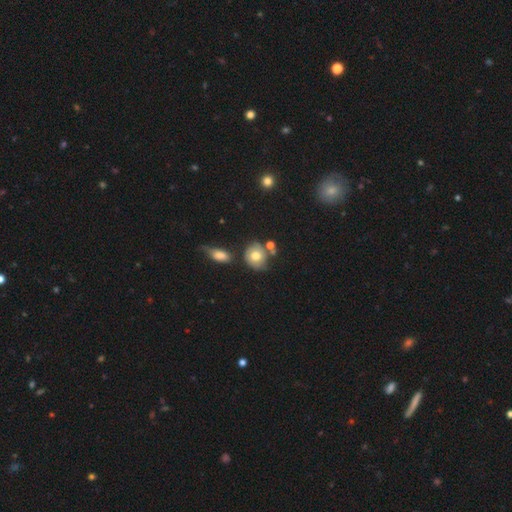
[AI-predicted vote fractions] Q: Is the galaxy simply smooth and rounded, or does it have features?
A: smooth — 66%.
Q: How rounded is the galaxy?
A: round — 73%.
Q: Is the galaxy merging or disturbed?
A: none — 56%.